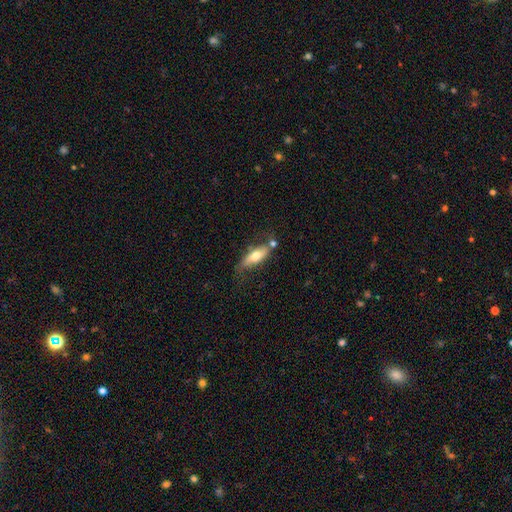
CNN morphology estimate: Overall: smooth (56%; featured or disk 38%). How rounded: in between (65%; cigar-shaped 32%). Merging: none (51%; minor disturbance 26%).